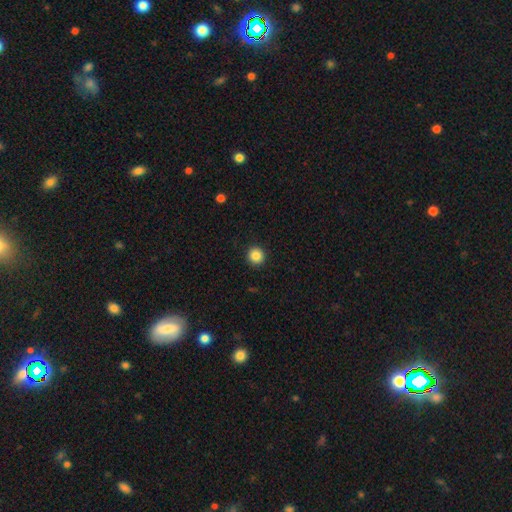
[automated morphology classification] Smooth or featured? smooth (85%)
How rounded? round (95%)
Merging? none (93%)